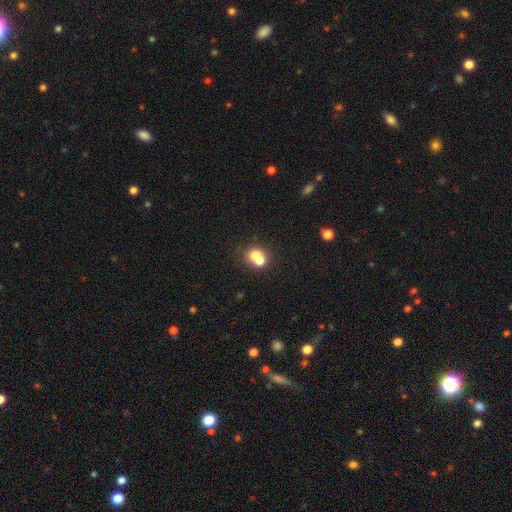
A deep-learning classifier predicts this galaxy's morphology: smooth 67%, featured or disk 22%, star or artifact 11%. Down the decision tree: how rounded — round (69%); merging — merger (66%).